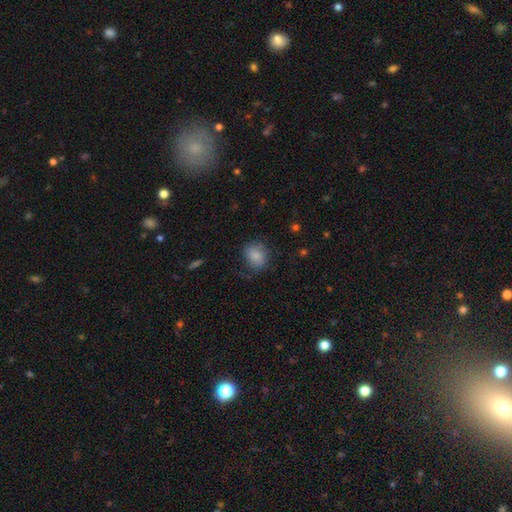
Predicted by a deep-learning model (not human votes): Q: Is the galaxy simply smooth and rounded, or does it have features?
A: smooth — 82%.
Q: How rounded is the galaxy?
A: round — 63%.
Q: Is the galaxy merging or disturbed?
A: none — 70%.